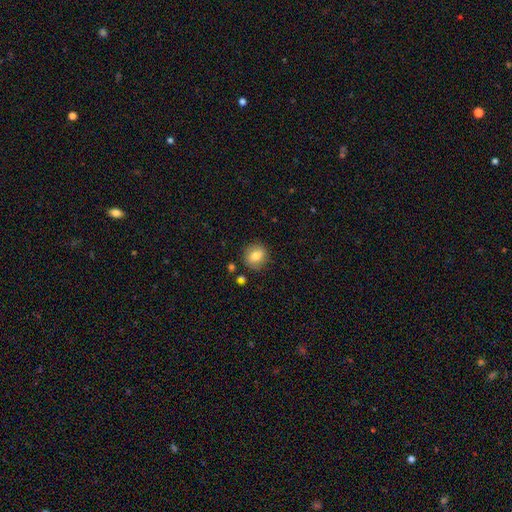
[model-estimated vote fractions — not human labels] smooth 80%, featured or disk 11%, star or artifact 9%. Down the decision tree: how rounded — round (82%); merging — none (86%).